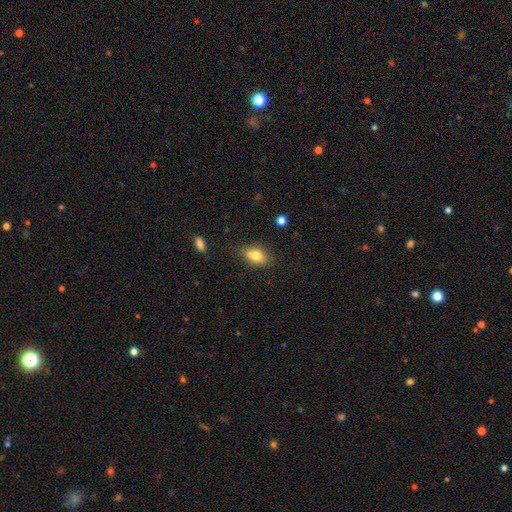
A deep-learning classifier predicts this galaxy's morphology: Overall: smooth (74%). How rounded: in between (73%). Merging: none (54%; merger 24%).